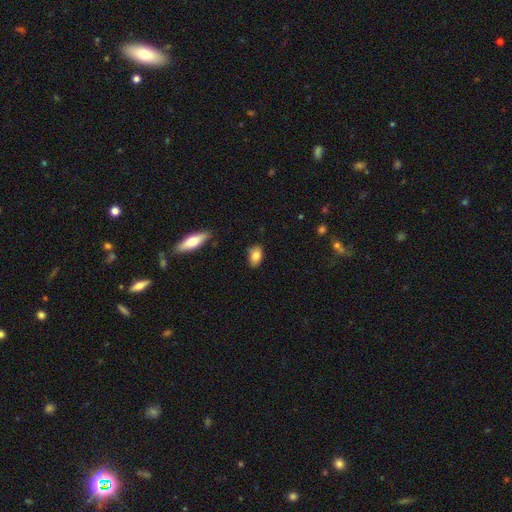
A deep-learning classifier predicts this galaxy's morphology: type=smooth (83%); roundness=in between (87%); merging=none (81%).